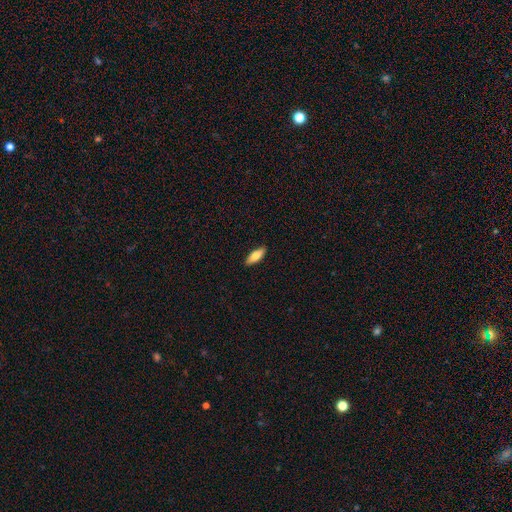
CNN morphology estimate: Smooth or featured? Predicted: smooth (p=0.75). How rounded? Predicted: in between (p=0.62). Merging? Predicted: none (p=0.89).